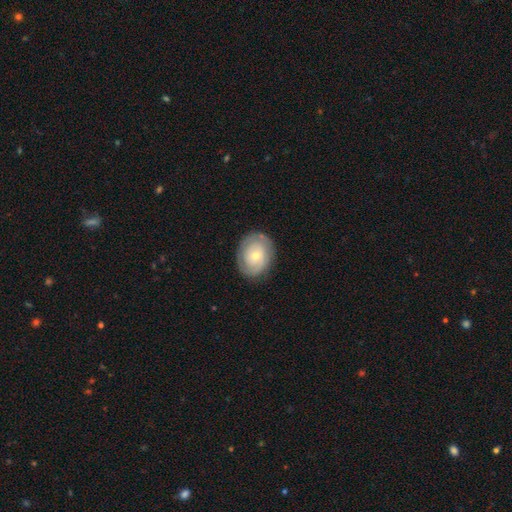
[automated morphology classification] The model was most divided on "smooth or featured": featured or disk: 50%, smooth: 43%, star or artifact: 6%. More confident: edge-on disk — no (95%); merging — none (80%).